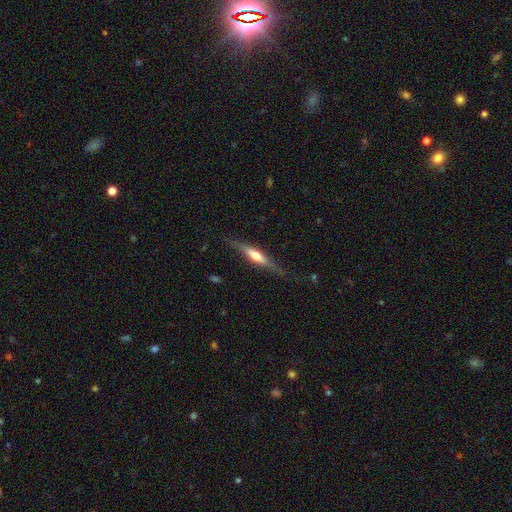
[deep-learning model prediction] A featured or disk galaxy (65%) viewed edge-on (95%) with a rounded central bulge (74%).

Vote fractions:
- Smooth or featured? featured or disk: 65% / smooth: 30% / star or artifact: 6%
- Edge-on disk? yes: 95% / no: 5%
- Edge-on bulge? rounded: 74% / boxy: 16% / none: 10%
- Merging? none: 80% / minor disturbance: 15% / major disturbance: 4% / merger: 1%